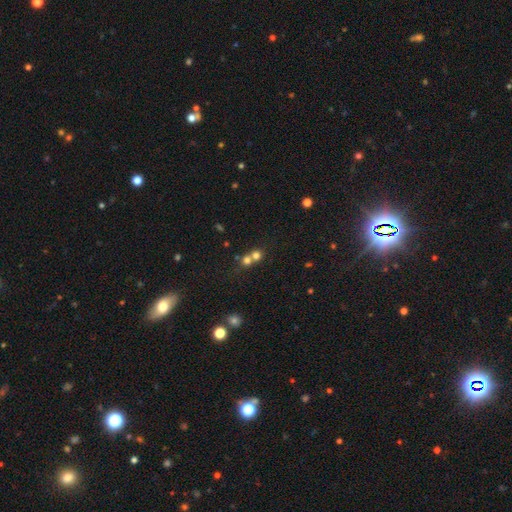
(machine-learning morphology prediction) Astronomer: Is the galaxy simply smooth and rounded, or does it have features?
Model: smooth — 71%.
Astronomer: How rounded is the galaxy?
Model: round — 84%.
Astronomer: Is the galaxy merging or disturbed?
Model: merger — 55% (runner-up: none, 38%).